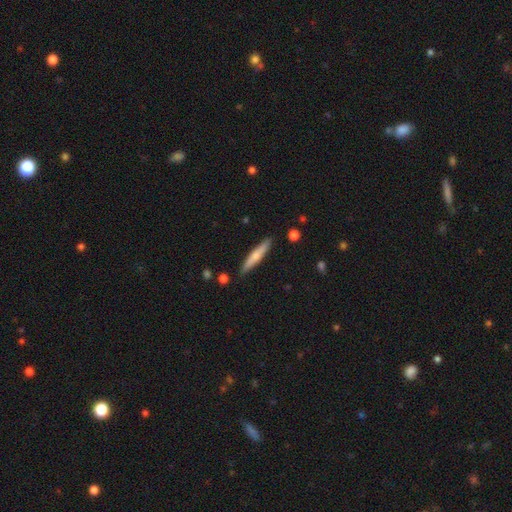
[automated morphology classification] Smooth or featured? smooth (58%)
How rounded? cigar-shaped (91%)
Merging? none (88%)